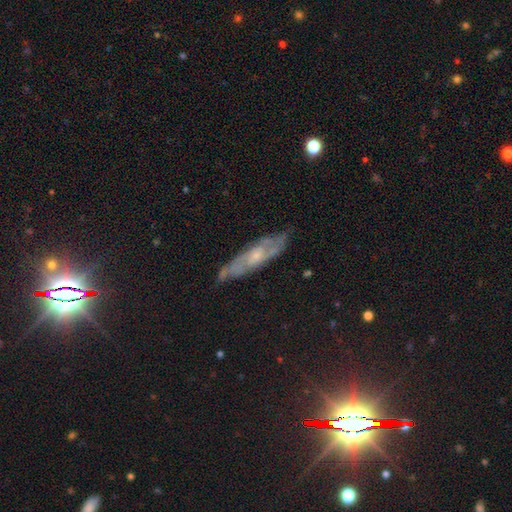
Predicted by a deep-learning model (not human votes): featured or disk 66%, smooth 24%, star or artifact 11%. Down the decision tree: edge-on disk — no (61%); merging — none (73%).